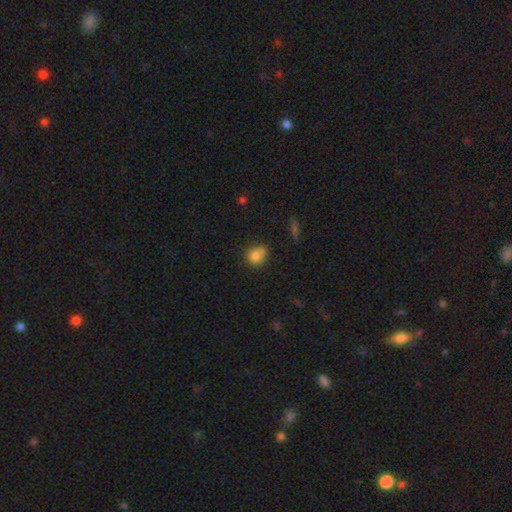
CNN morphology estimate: smooth_or_featured: smooth (p=0.77) [alt: star or artifact p=0.11]
how_rounded: round (p=0.75) [alt: in between p=0.24]
merging: none (p=0.52) [alt: merger p=0.24]